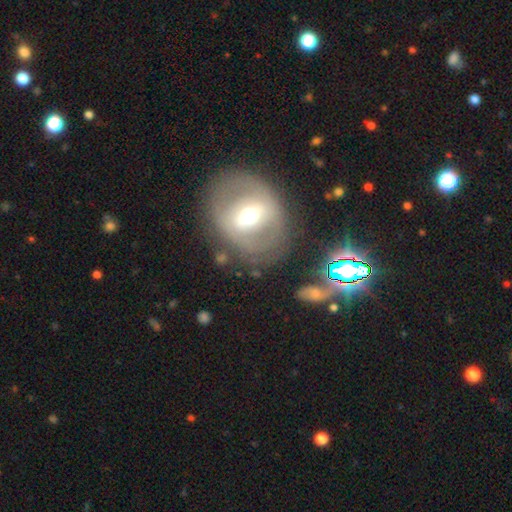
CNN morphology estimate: Smooth or featured?
  - featured or disk: 58% *
  - smooth: 31%
  - star or artifact: 12%
Edge-on disk?
  - no: 93% *
  - yes: 7%
Bar?
  - weak: 40% * (tied)
  - strong: 40% * (tied)
  - no: 20%
Spiral arms?
  - no: 60% *
  - yes: 40%
Bulge size?
  - moderate: 72% *
  - small: 14%
  - large: 12%
  - dominant: 2%
  - none: 1%
Merging?
  - none: 73% *
  - minor disturbance: 15%
  - major disturbance: 8%
  - merger: 4%